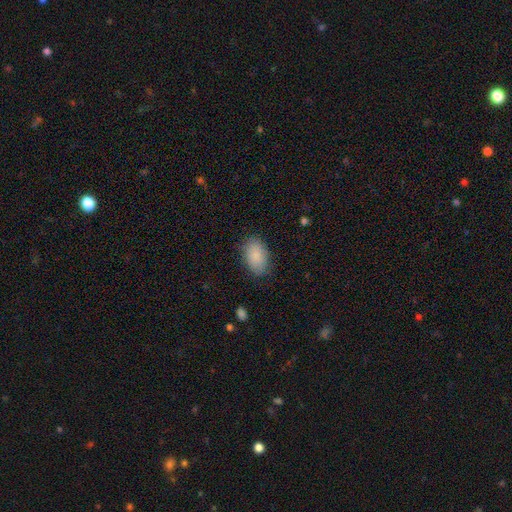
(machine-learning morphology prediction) A smooth galaxy with no disk features (88%) that is in between round and cigar-shaped (92%). Merging: none (84%).